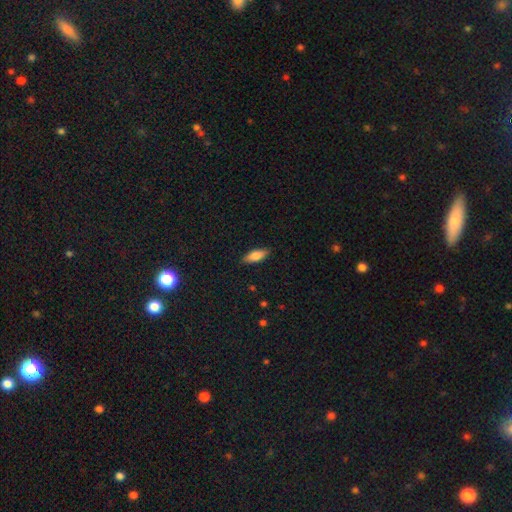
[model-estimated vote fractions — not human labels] Morphology: type=smooth (76%); roundness=in between (71%); merging=none (88%).